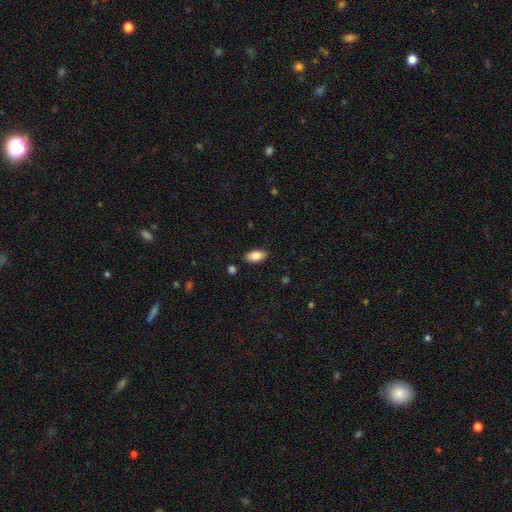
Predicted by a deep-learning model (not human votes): A smooth galaxy with no disk features (85%) that is in between round and cigar-shaped (93%).

Vote fractions:
- Smooth or featured? smooth: 85% / featured or disk: 8% / star or artifact: 7%
- How rounded? in between: 93% / cigar-shaped: 5% / round: 3%
- Merging? none: 86% / minor disturbance: 10% / major disturbance: 2% / merger: 2%